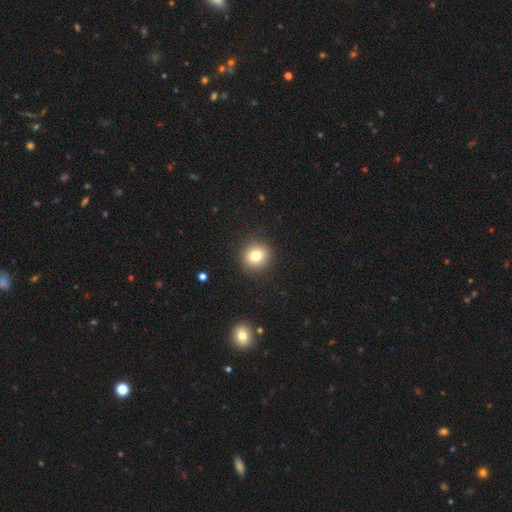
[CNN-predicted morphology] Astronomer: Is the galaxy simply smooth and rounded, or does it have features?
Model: smooth — 79%.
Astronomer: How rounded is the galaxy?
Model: round — 91%.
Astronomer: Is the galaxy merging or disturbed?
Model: none — 91%.